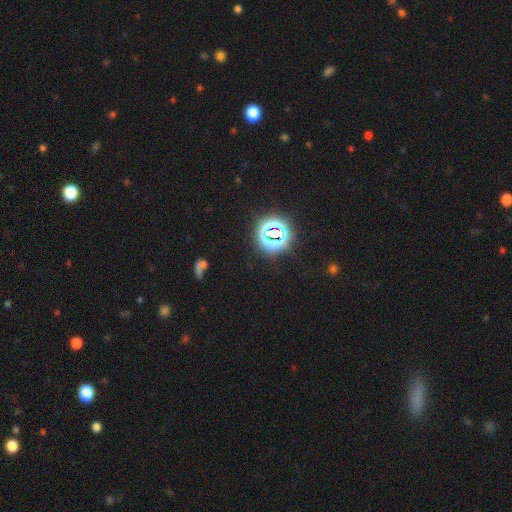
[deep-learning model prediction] The model was most divided on "smooth or featured": star or artifact: 79%, smooth: 14%, featured or disk: 7%.